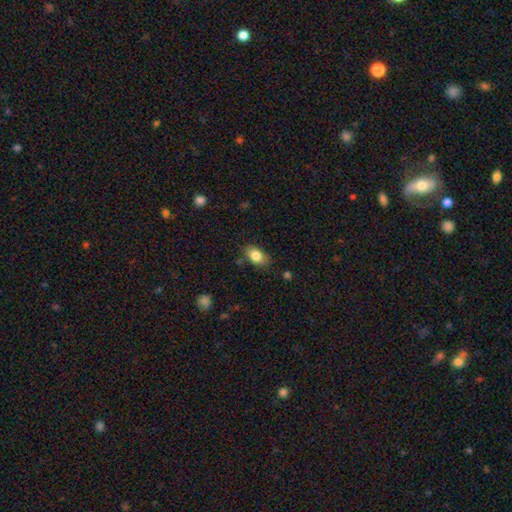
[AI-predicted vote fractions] Smooth or featured? smooth (84%)
How rounded? in between (87%)
Merging? none (80%)